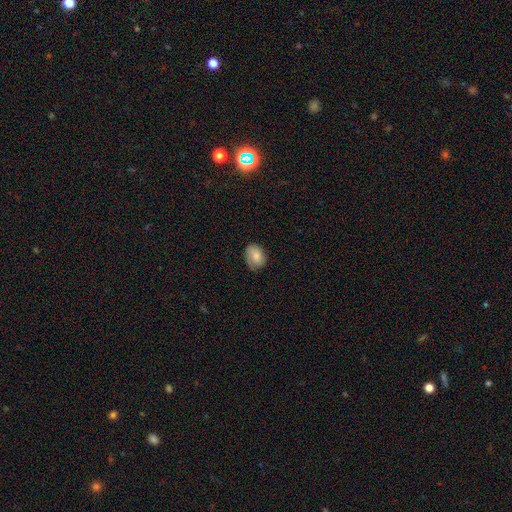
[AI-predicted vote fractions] This is likely a smooth galaxy (80%). How rounded: likely in between (69%). Merging: likely none (68%).